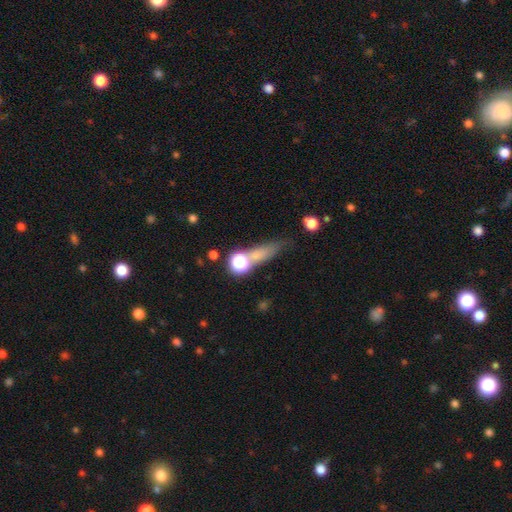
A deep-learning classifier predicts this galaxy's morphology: Overall: smooth (61%; star or artifact 22%). How rounded: cigar-shaped (46%; in between 33%). Merging: none (53%; minor disturbance 20%).